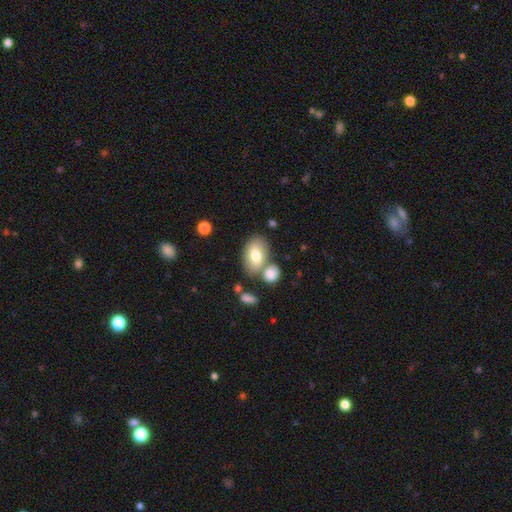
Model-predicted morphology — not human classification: Overall: smooth (74%). How rounded: in between (89%). Merging: none (58%; merger 25%).